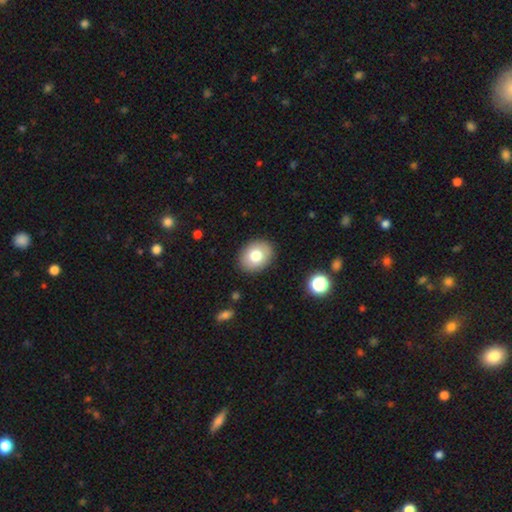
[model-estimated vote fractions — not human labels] smooth-or-featured: smooth: 78% | featured or disk: 14% | star or artifact: 9%
  how-rounded: in between: 53% | round: 47% | cigar-shaped: 1%
  merging: none: 89% | minor disturbance: 8% | major disturbance: 2% | merger: 1%